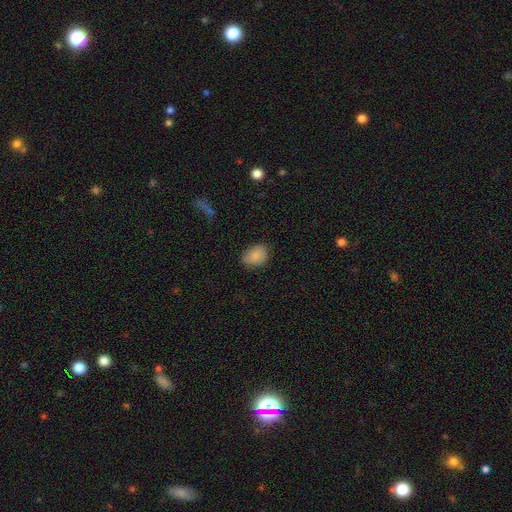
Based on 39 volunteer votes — Overall: smooth (85%). How rounded: in between (79%). Merging: none (71%).